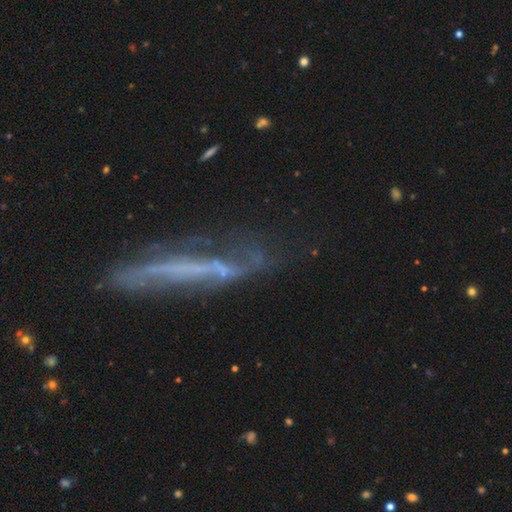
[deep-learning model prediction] Smooth or featured? featured or disk (64%)
Edge-on disk? yes (55%)
Merging? none (49%)